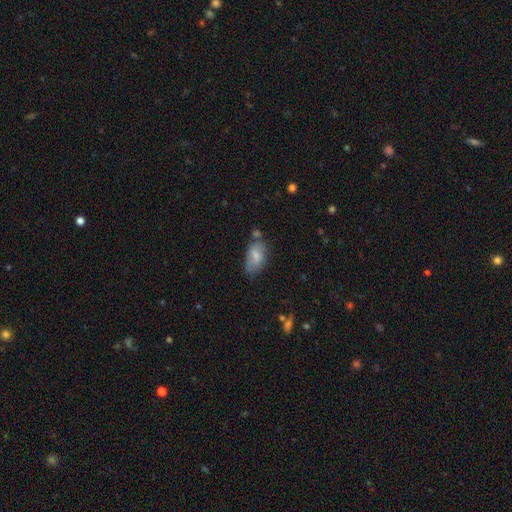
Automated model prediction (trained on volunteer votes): The model was most divided on "merging": none: 52%, minor disturbance: 29%, merger: 10%, major disturbance: 9%. More confident: how rounded — in between (92%); smooth or featured — smooth (71%).